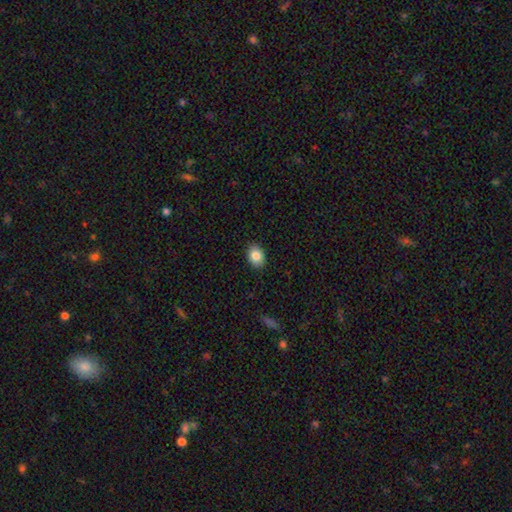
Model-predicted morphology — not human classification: This is clearly a smooth galaxy (84%). How rounded: likely in between (69%). Merging: clearly none (89%).